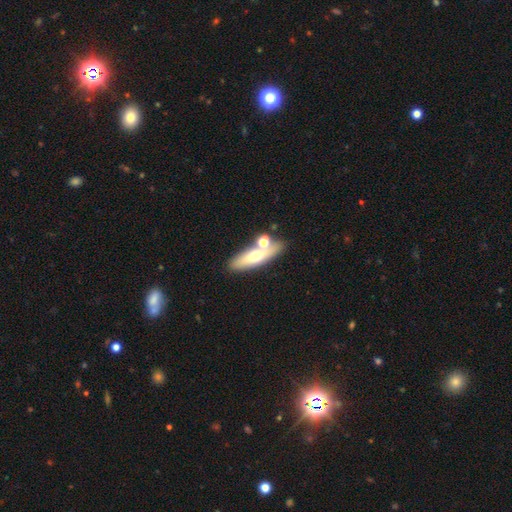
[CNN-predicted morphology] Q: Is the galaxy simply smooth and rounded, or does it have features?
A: smooth — 55%.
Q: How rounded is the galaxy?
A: cigar-shaped — 48%.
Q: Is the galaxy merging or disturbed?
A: none — 62%.